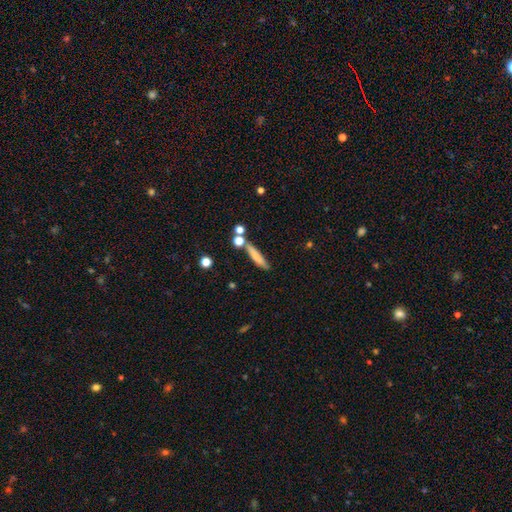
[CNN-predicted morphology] smooth_or_featured: smooth (p=0.72) [alt: featured or disk p=0.20]
how_rounded: cigar-shaped (p=0.84) [alt: in between p=0.12]
merging: none (p=0.70) [alt: minor disturbance p=0.14]